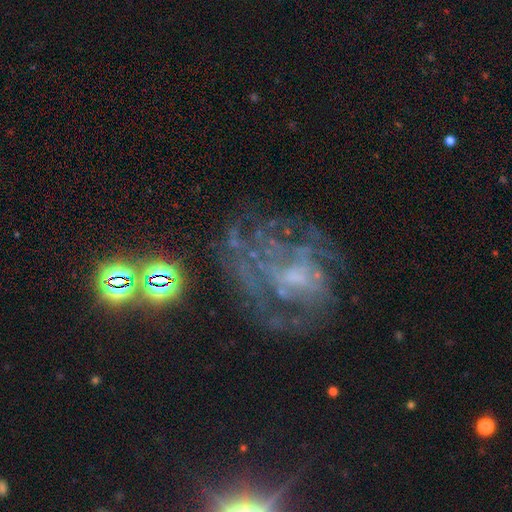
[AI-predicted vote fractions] smooth_or_featured: featured or disk (p=0.65) [alt: star or artifact p=0.23]
disk_edge_on: no (p=0.97) [alt: yes p=0.03]
bar: no (p=0.62) [alt: weak p=0.30]
has_spiral_arms: yes (p=0.67) [alt: no p=0.33]
bulge_size: small (p=0.50) [alt: none p=0.24]
merging: none (p=0.55) [alt: major disturbance p=0.23]